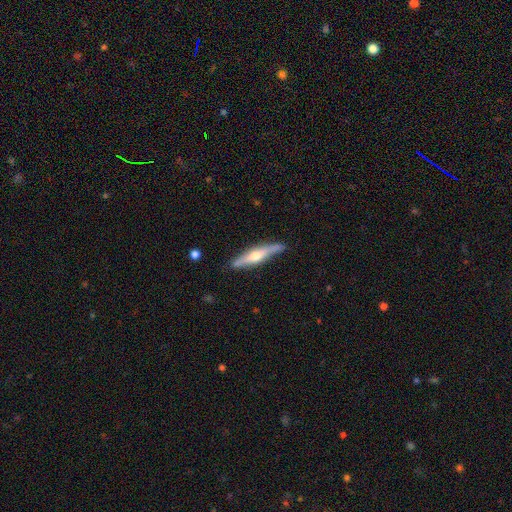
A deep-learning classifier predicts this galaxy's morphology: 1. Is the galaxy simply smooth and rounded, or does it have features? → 63% featured or disk, 31% smooth, 5% star or artifact.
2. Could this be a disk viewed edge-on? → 94% yes, 6% no.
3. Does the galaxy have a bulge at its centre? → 88% rounded, 6% boxy, 6% none.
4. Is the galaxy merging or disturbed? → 83% none, 13% minor disturbance, 2% major disturbance, 2% merger.